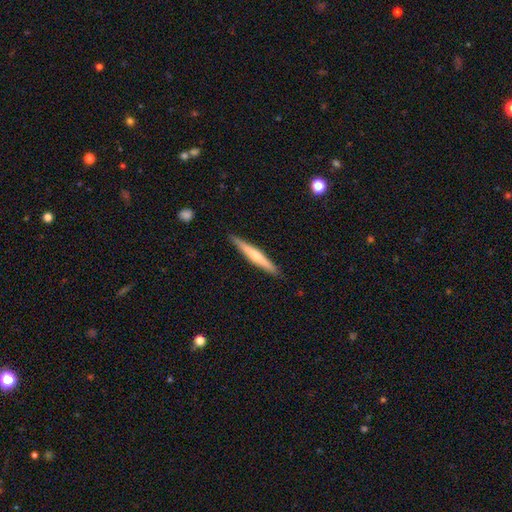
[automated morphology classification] The model was most divided on "smooth or featured": featured or disk: 49%, smooth: 46%, star or artifact: 5%. More confident: merging — none (90%).